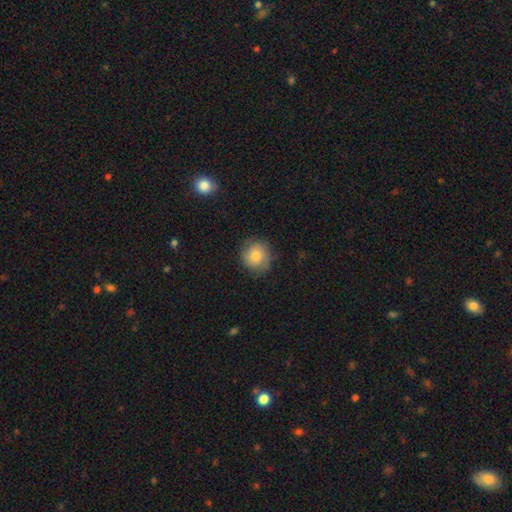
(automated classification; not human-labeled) Q: Smooth or featured?
A: smooth (76%); runner-up: featured or disk (15%)
Q: How rounded?
A: round (87%); runner-up: in between (12%)
Q: Merging?
A: none (80%); runner-up: minor disturbance (15%)